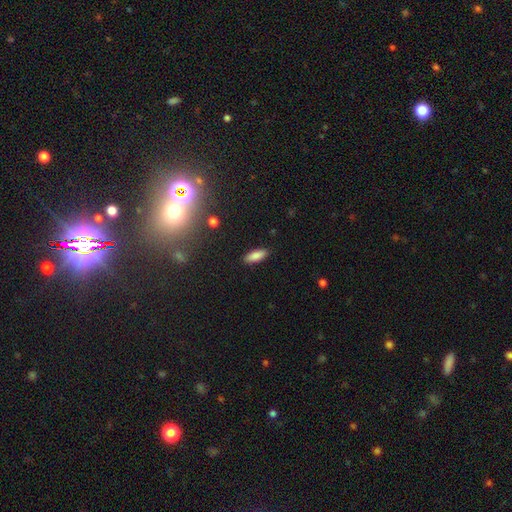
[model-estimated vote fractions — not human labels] The model was most divided on "how rounded": in between: 70%, cigar-shaped: 28%, round: 2%. More confident: merging — none (88%); smooth or featured — smooth (83%).